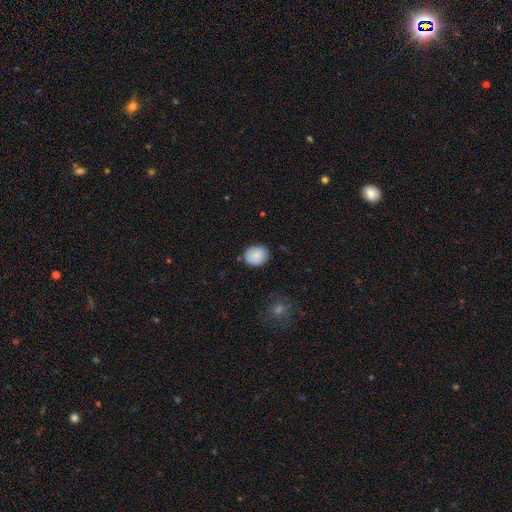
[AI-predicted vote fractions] smooth_or_featured: smooth (p=0.87) [alt: star or artifact p=0.07]
how_rounded: round (p=0.62) [alt: in between p=0.37]
merging: none (p=0.82) [alt: minor disturbance p=0.14]